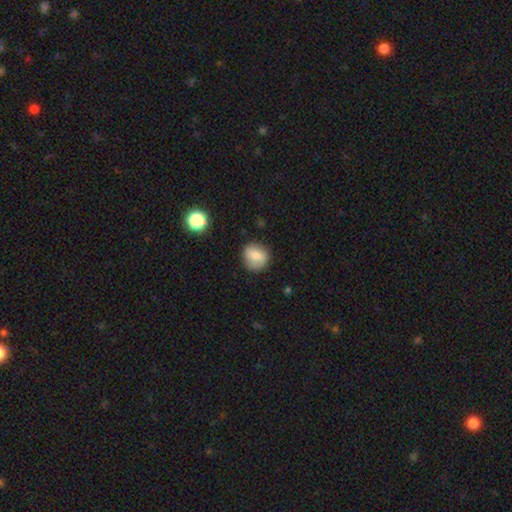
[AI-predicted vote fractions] This appears to be a smooth galaxy with no disk features (79%) that is round (81%). Merging: none (81%).